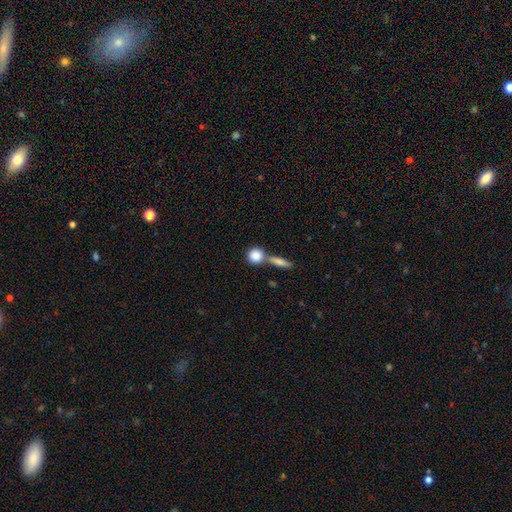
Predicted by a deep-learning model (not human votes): A smooth galaxy with no disk features (84%) that is round (84%). Merging: none (52%).